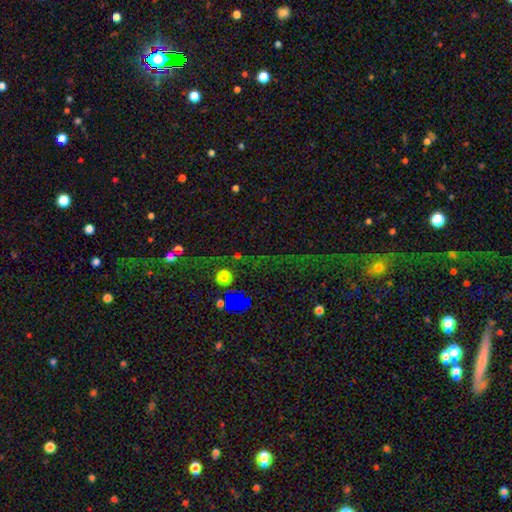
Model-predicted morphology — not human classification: Overall: star or artifact (70%).